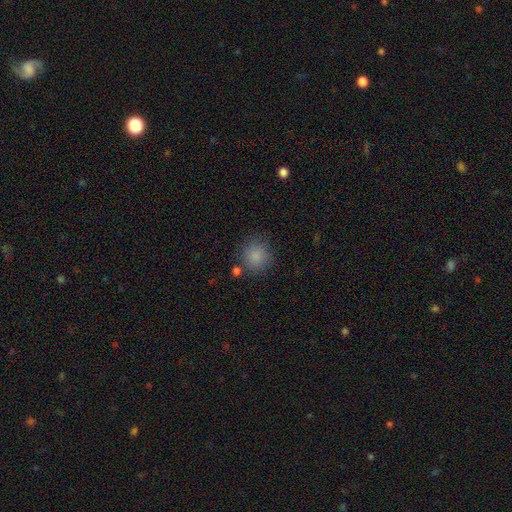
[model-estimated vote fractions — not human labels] A smooth galaxy with no disk features (85%) that is round (89%). Merging: none (79%).